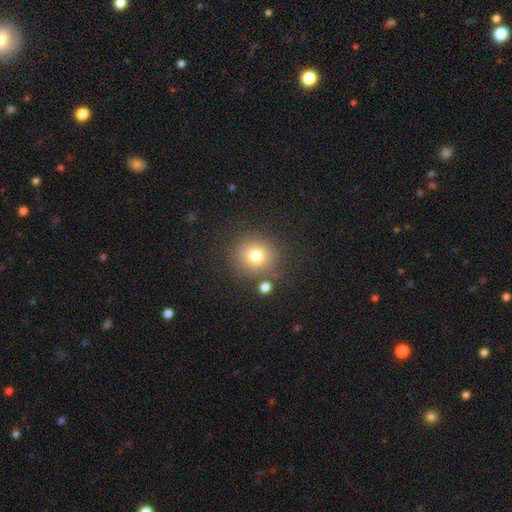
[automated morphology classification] The model was most divided on "smooth or featured": smooth: 76%, star or artifact: 14%, featured or disk: 10%. More confident: how rounded — round (92%); merging — none (81%).